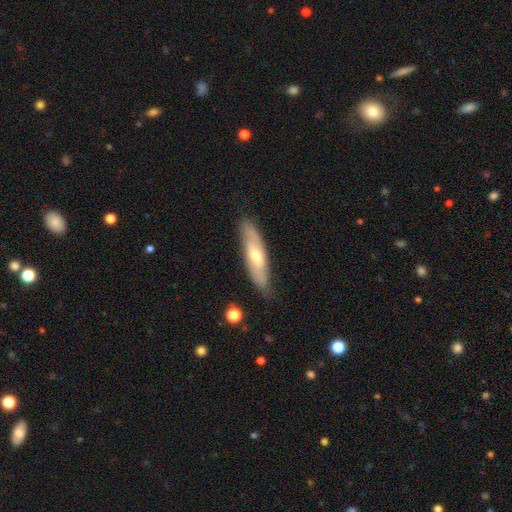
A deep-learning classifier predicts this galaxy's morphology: A featured or disk galaxy (52%). Merging: none (82%).